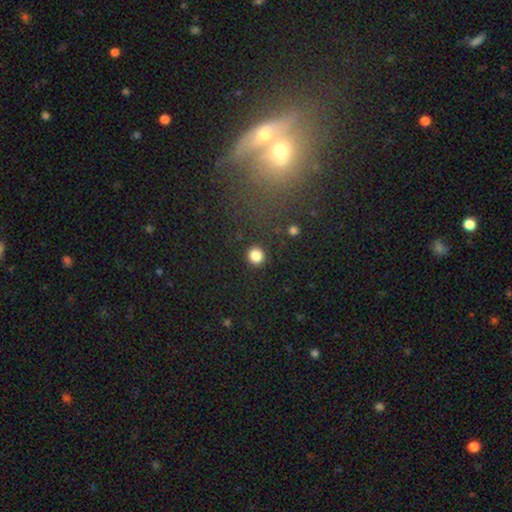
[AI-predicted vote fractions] Morphology: type=smooth (84%); roundness=round (94%); merging=none (92%).